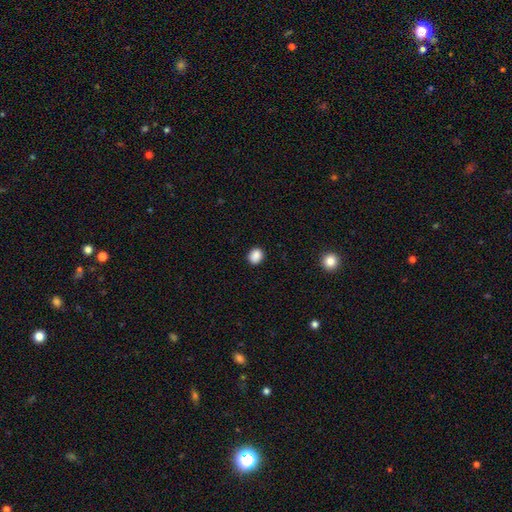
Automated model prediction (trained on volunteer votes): smooth 88%, star or artifact 10%, featured or disk 3%. Down the decision tree: how rounded — round (65%); merging — none (89%).